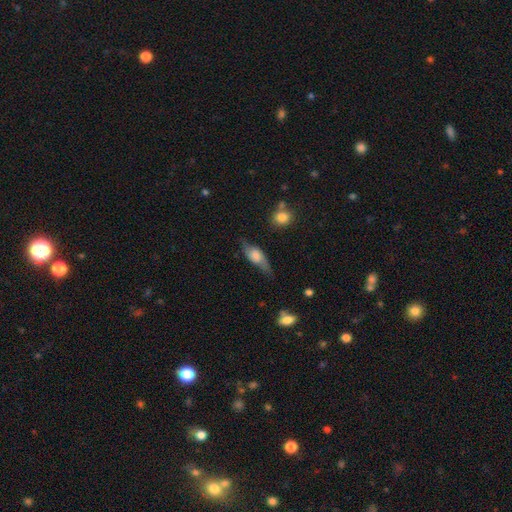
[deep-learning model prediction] Smooth or featured? Predicted: smooth (p=0.48). Merging? Predicted: none (p=0.60).